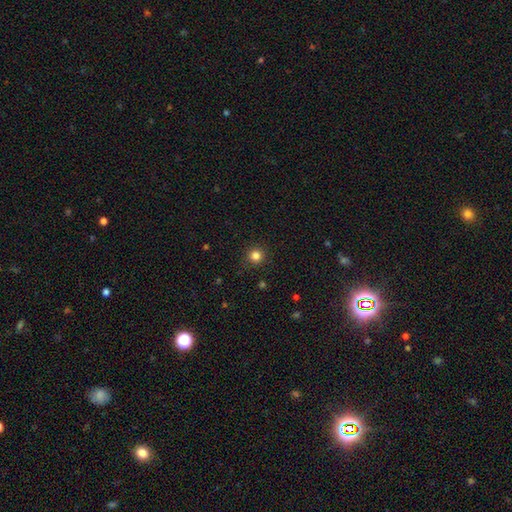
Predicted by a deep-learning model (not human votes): smooth 83%, star or artifact 13%, featured or disk 4%. Down the decision tree: how rounded — round (94%); merging — none (91%).